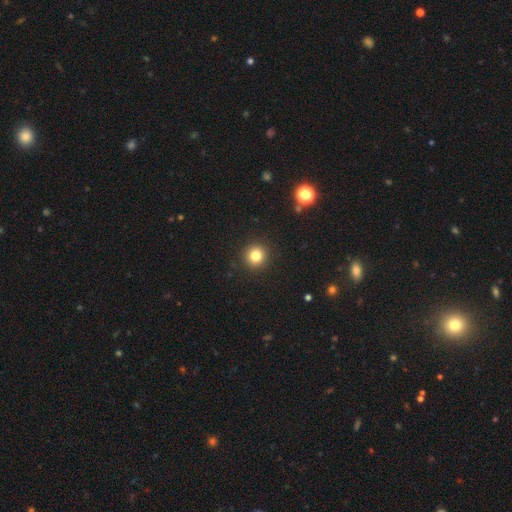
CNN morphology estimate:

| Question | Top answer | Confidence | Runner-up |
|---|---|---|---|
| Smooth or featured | smooth | 81% | star or artifact (13%) |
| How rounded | round | 95% | in between (4%) |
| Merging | none | 92% | minor disturbance (5%) |